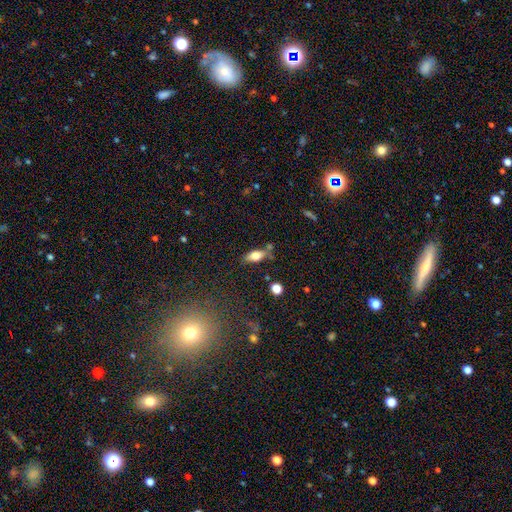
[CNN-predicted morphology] Overall: smooth (71%). How rounded: in between (79%). Merging: none (65%).